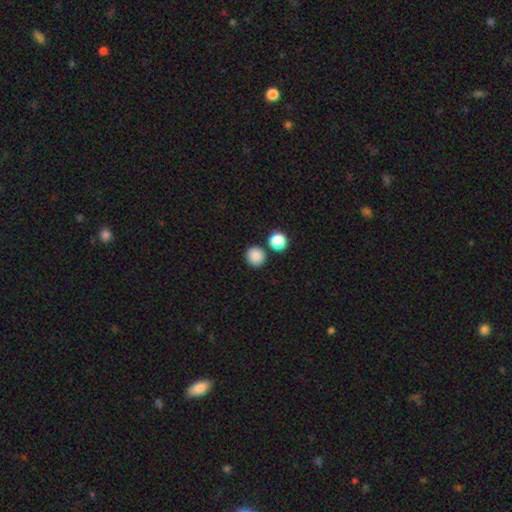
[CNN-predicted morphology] smooth_or_featured: smooth (p=0.86) [alt: star or artifact p=0.10]
how_rounded: round (p=0.91) [alt: in between p=0.08]
merging: none (p=0.82) [alt: merger p=0.09]